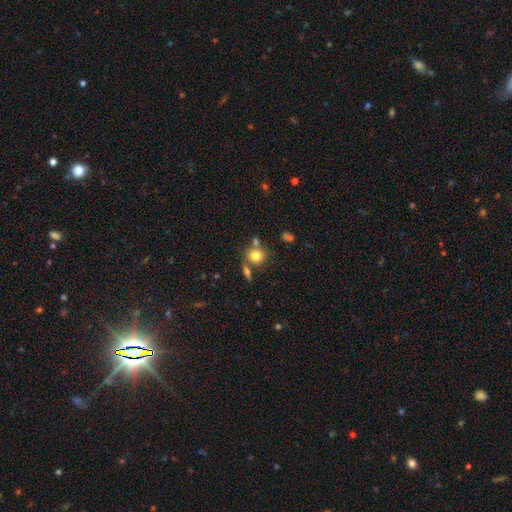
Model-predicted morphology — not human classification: Smooth or featured: smooth — 77% (featured or disk — 12%)
How rounded: round — 77% (in between — 21%)
Merging: none — 61% (merger — 23%)